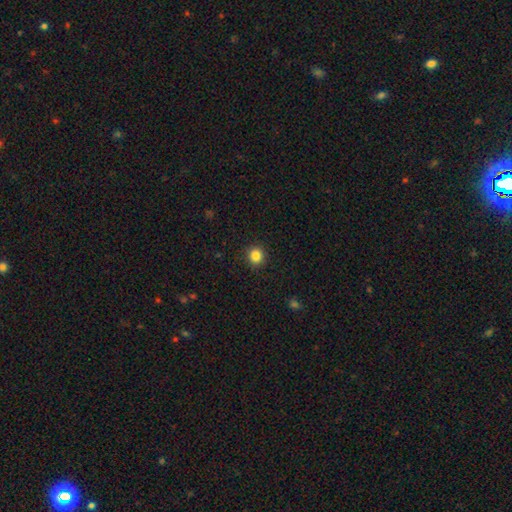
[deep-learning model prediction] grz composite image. It shows a smooth galaxy with no disk features (85%) that is round (89%). Merging: none (92%).